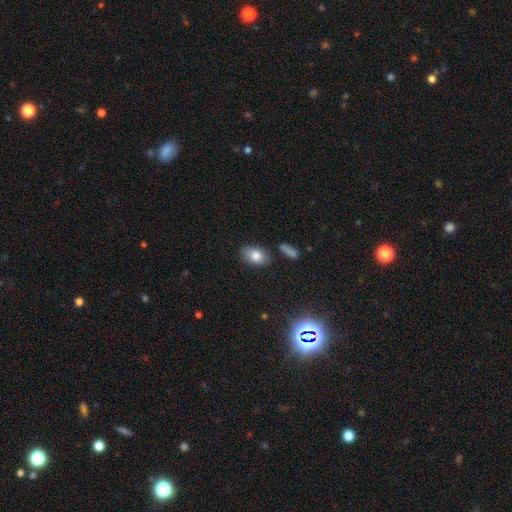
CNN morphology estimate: Q: Smooth or featured?
A: smooth (80%); runner-up: featured or disk (12%)
Q: How rounded?
A: in between (87%); runner-up: round (11%)
Q: Merging?
A: none (79%); runner-up: minor disturbance (14%)